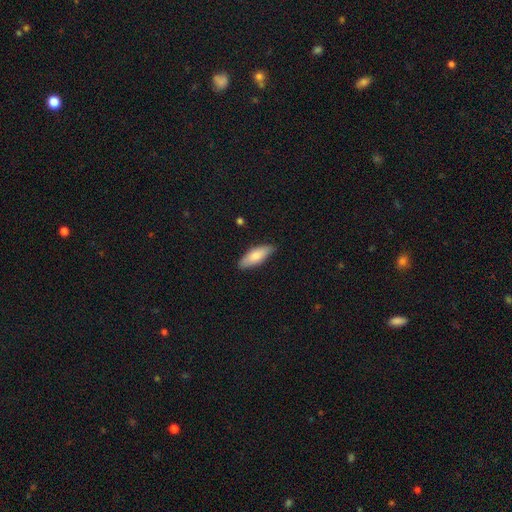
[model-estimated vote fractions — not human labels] smooth 80%, featured or disk 15%, star or artifact 5%. Down the decision tree: how rounded — in between (66%); merging — none (86%).